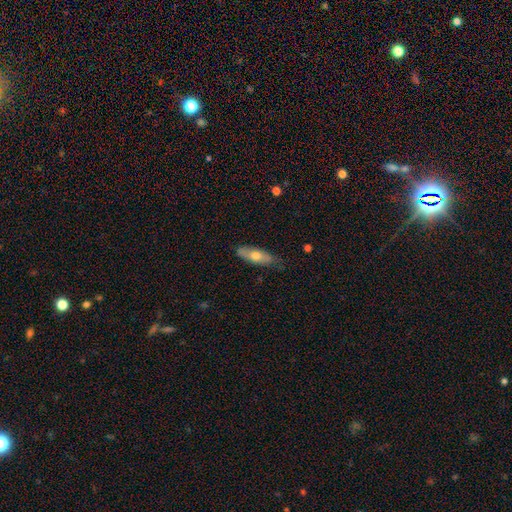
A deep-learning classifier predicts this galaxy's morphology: Smooth or featured? smooth (63%)
How rounded? in between (62%)
Merging? none (73%)